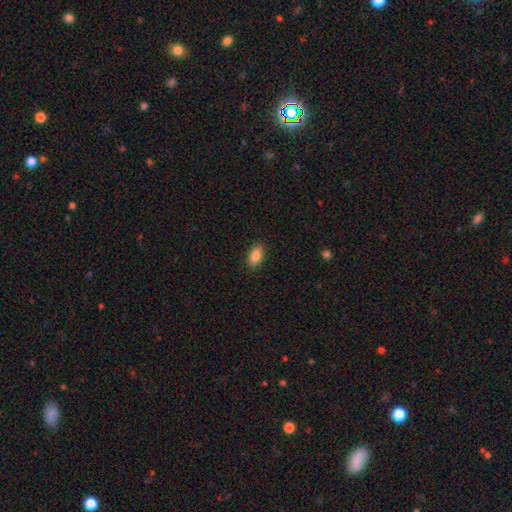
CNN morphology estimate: The model was most divided on "smooth or featured": smooth: 86%, star or artifact: 8%, featured or disk: 6%. More confident: how rounded — in between (90%); merging — none (88%).